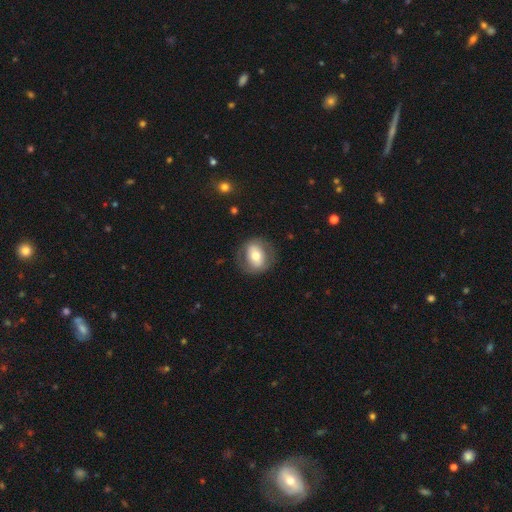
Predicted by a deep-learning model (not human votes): smooth-or-featured: smooth: 56% | featured or disk: 37% | star or artifact: 7%
  how-rounded: round: 57% | in between: 42% | cigar-shaped: 1%
  merging: none: 77% | minor disturbance: 14% | major disturbance: 8% | merger: 1%